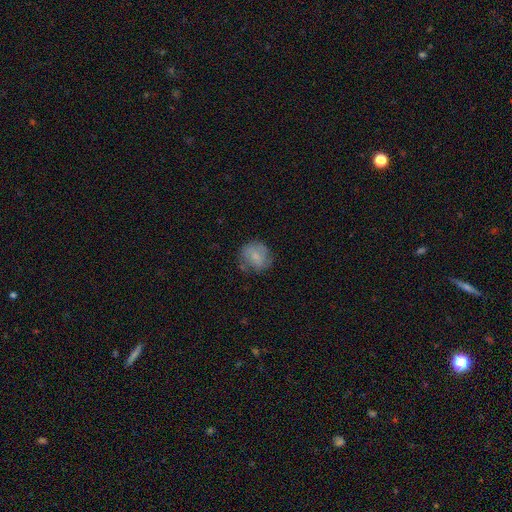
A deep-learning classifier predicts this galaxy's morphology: Smooth or featured? smooth (64%)
How rounded? round (79%)
Merging? none (64%)